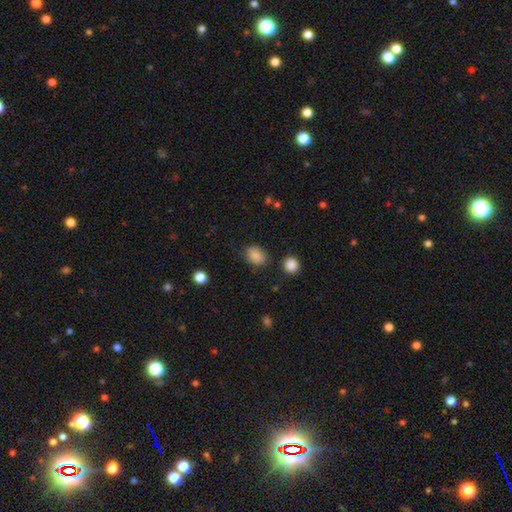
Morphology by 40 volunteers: smooth_or_featured: smooth (p=0.85) [alt: star or artifact p=0.12]
how_rounded: in between (p=0.76) [alt: round p=0.24]
merging: none (p=0.83) [alt: minor disturbance p=0.11]